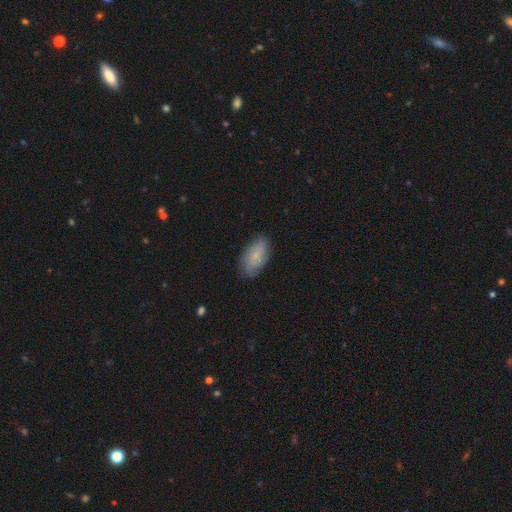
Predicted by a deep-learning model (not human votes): Smooth or featured: smooth — 53% (featured or disk — 39%)
How rounded: in between — 92% (round — 5%)
Merging: none — 76% (minor disturbance — 19%)